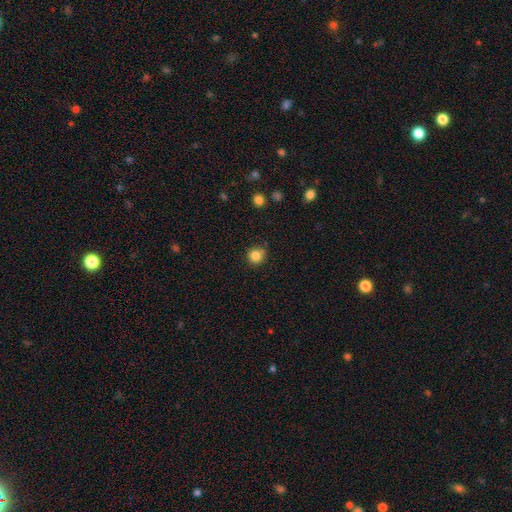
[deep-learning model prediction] smooth-or-featured: smooth: 84% | star or artifact: 11% | featured or disk: 5%
  how-rounded: round: 91% | in between: 8% | cigar-shaped: 1%
  merging: none: 80% | minor disturbance: 15% | major disturbance: 3% | merger: 2%